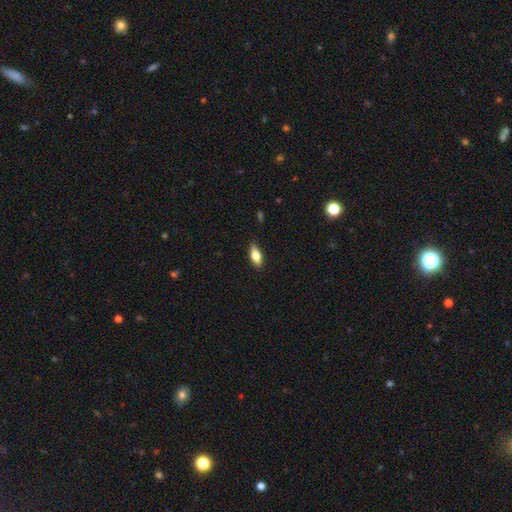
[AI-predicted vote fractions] Morphology: type=smooth (69%); roundness=in between (75%); merging=none (83%).